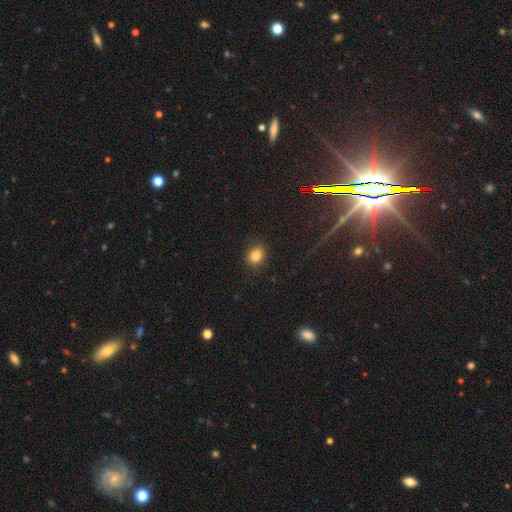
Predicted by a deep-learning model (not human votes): Smooth or featured? smooth (83%)
How rounded? round (54%)
Merging? none (87%)